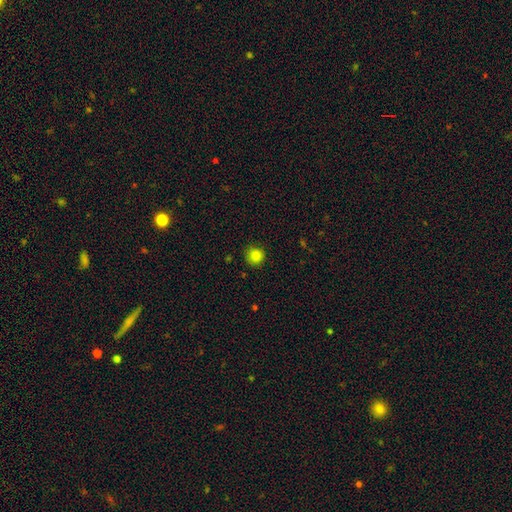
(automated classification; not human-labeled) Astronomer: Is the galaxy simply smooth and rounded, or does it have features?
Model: smooth — 84%.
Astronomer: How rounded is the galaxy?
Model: round — 93%.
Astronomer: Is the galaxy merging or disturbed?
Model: none — 87%.